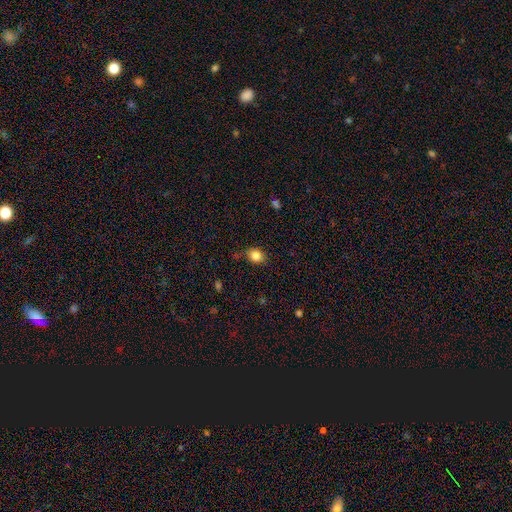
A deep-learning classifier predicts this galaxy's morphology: Q: Smooth or featured?
A: smooth (85%); runner-up: star or artifact (11%)
Q: How rounded?
A: round (60%); runner-up: in between (39%)
Q: Merging?
A: none (70%); runner-up: minor disturbance (21%)